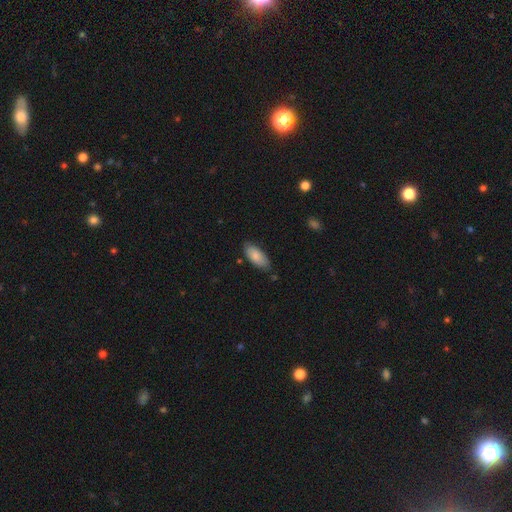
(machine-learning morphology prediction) Smooth or featured?
  - smooth: 82% *
  - featured or disk: 12%
  - star or artifact: 6%
How rounded?
  - in between: 88% *
  - cigar-shaped: 10%
  - round: 2%
Merging?
  - none: 75% *
  - minor disturbance: 20%
  - major disturbance: 3%
  - merger: 2%